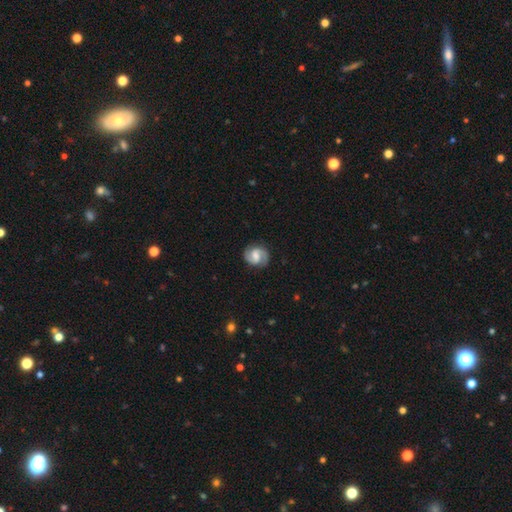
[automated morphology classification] smooth_or_featured: featured or disk (p=0.75) [alt: smooth p=0.19]
disk_edge_on: no (p=0.98) [alt: yes p=0.02]
bar: weak (p=0.54) [alt: no p=0.27]
has_spiral_arms: yes (p=0.95) [alt: no p=0.05]
spiral_winding: medium (p=0.50) [alt: tight p=0.28]
spiral_arm_count: 2 (p=0.91) [alt: can't tell p=0.04]
bulge_size: moderate (p=0.49) [alt: small p=0.24]
merging: none (p=0.85) [alt: minor disturbance p=0.11]